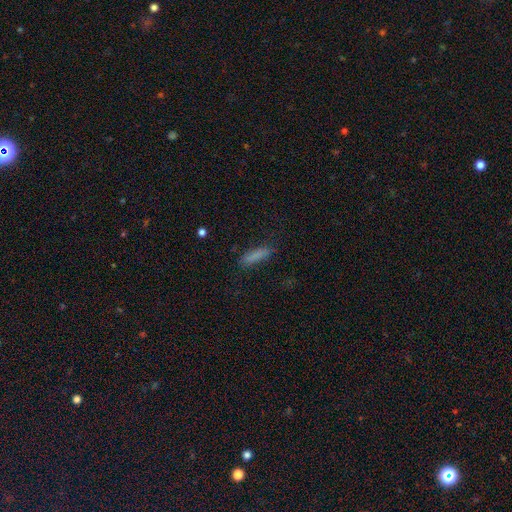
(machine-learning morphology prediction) smooth-or-featured: smooth: 80% | featured or disk: 11% | star or artifact: 9%
  how-rounded: cigar-shaped: 75% | in between: 24% | round: 2%
  merging: none: 77% | minor disturbance: 16% | major disturbance: 5% | merger: 2%